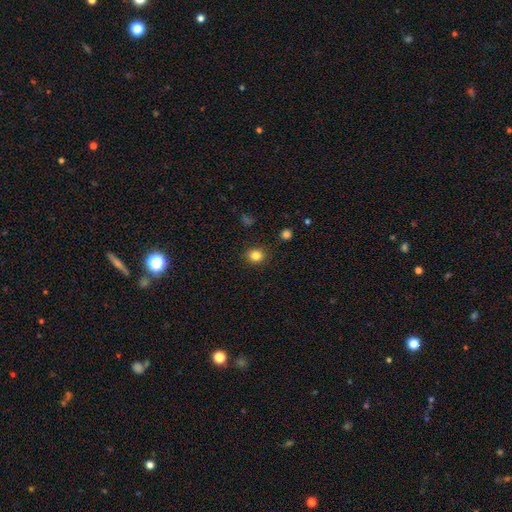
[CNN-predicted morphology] A smooth galaxy with no disk features (83%) that is round (80%).

Vote fractions:
- Smooth or featured? smooth: 83% / star or artifact: 12% / featured or disk: 5%
- How rounded? round: 80% / in between: 19% / cigar-shaped: 1%
- Merging? none: 90% / minor disturbance: 7% / major disturbance: 2% / merger: 1%